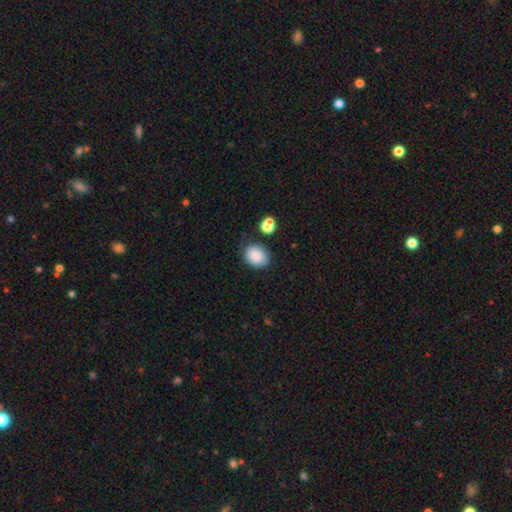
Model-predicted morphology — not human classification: Overall: smooth (87%). How rounded: in between (59%; round 40%). Merging: none (78%).